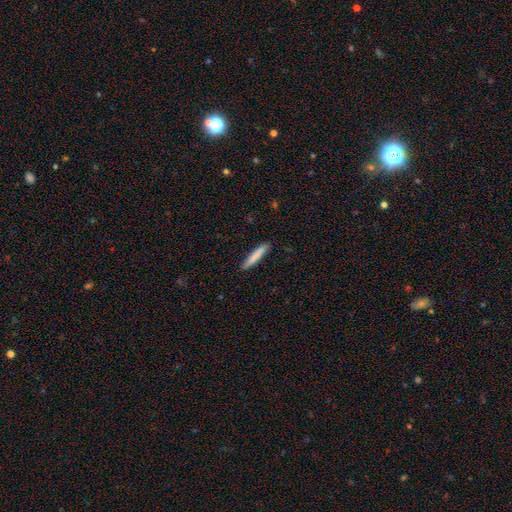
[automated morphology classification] Q: Smooth or featured?
A: smooth (82%); runner-up: featured or disk (13%)
Q: How rounded?
A: cigar-shaped (93%); runner-up: in between (6%)
Q: Merging?
A: none (88%); runner-up: minor disturbance (9%)